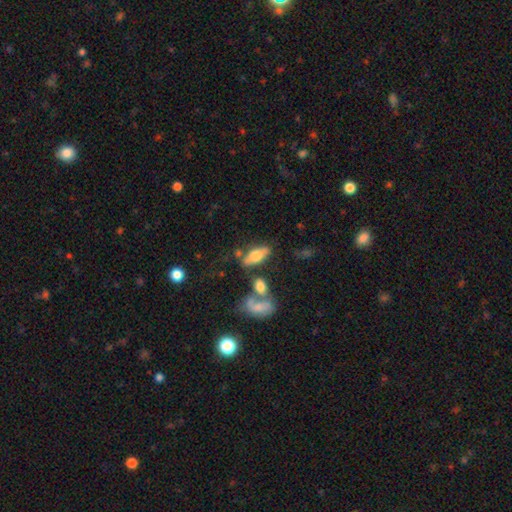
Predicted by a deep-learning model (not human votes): Smooth or featured: smooth — 61% (featured or disk — 30%)
How rounded: in between — 77% (cigar-shaped — 19%)
Merging: none — 56% (minor disturbance — 18%)